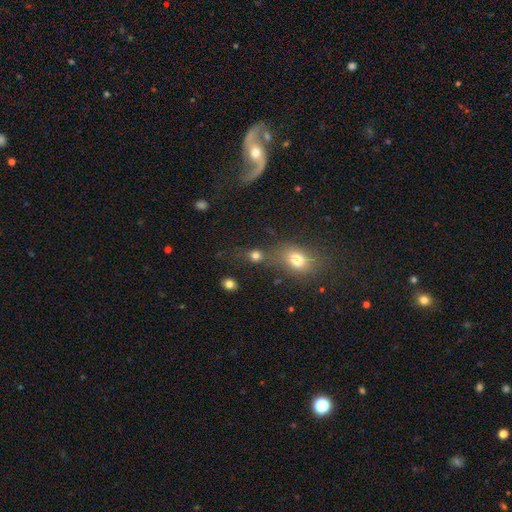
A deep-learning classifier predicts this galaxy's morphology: Smooth or featured? Predicted: smooth (p=0.77). How rounded? Predicted: round (p=0.69). Merging? Predicted: none (p=0.53).